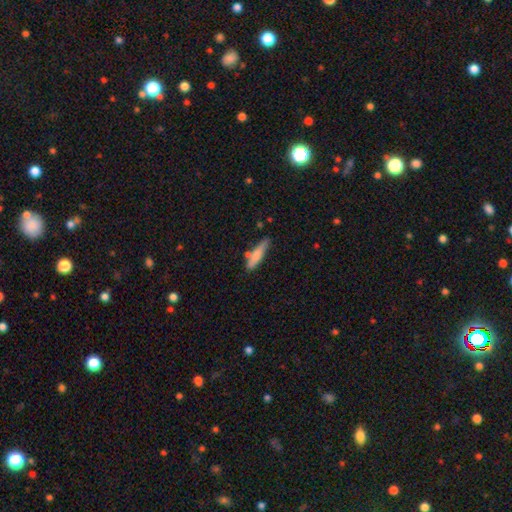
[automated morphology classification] The model was most divided on "merging": none: 65%, minor disturbance: 21%, merger: 10%, major disturbance: 5%. More confident: how rounded — cigar-shaped (76%); smooth or featured — smooth (74%).